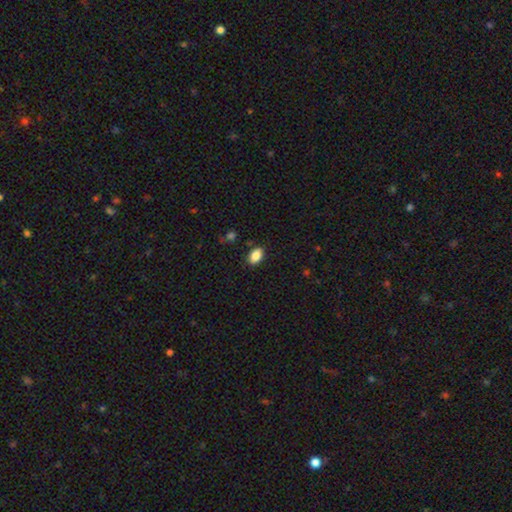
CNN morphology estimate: Overall: smooth (87%). How rounded: in between (89%). Merging: none (86%).